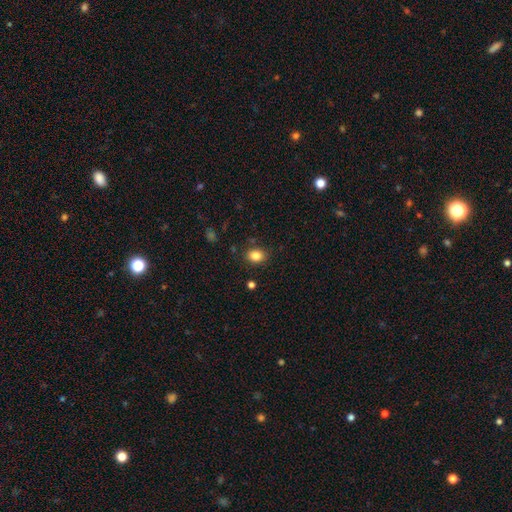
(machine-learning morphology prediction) This appears to be a smooth galaxy with no disk features (85%) that is in between round and cigar-shaped (62%). Merging: none (84%).